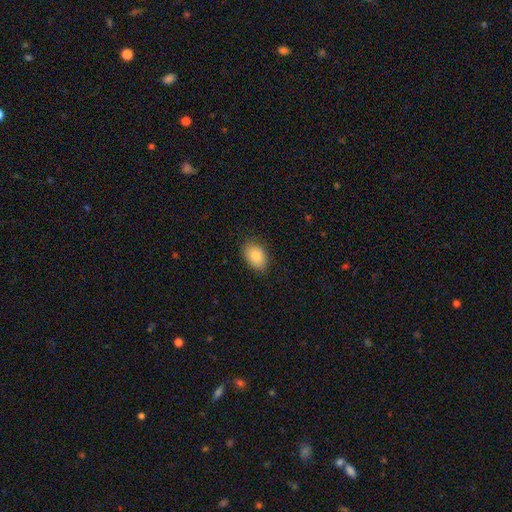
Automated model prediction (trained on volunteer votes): Q: Smooth or featured?
A: smooth (84%); runner-up: featured or disk (8%)
Q: How rounded?
A: in between (87%); runner-up: round (12%)
Q: Merging?
A: none (84%); runner-up: minor disturbance (12%)